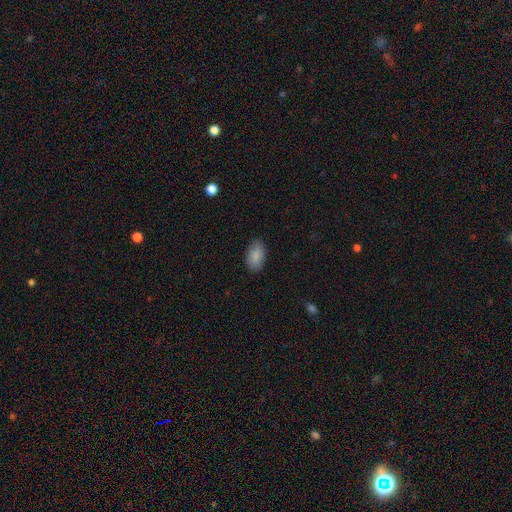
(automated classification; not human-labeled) Smooth or featured?
  - smooth: 87% *
  - star or artifact: 7%
  - featured or disk: 6%
How rounded?
  - in between: 93% *
  - round: 5%
  - cigar-shaped: 2%
Merging?
  - none: 83% *
  - minor disturbance: 13%
  - major disturbance: 3%
  - merger: 1%